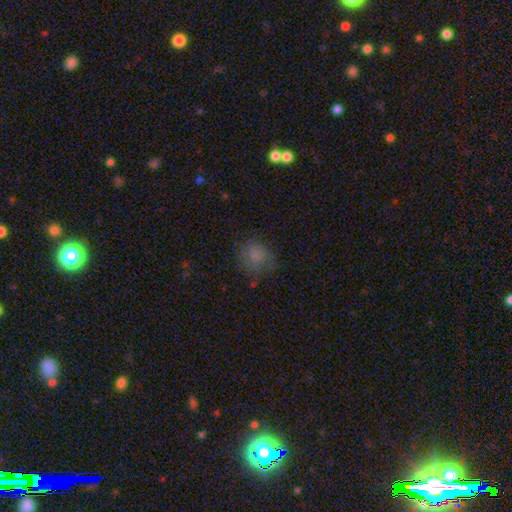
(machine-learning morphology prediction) A smooth galaxy with no disk features (77%) that is round (79%).

Vote fractions:
- Smooth or featured? smooth: 77% / star or artifact: 12% / featured or disk: 12%
- How rounded? round: 79% / in between: 20% / cigar-shaped: 1%
- Merging? none: 68% / minor disturbance: 21% / major disturbance: 9% / merger: 2%